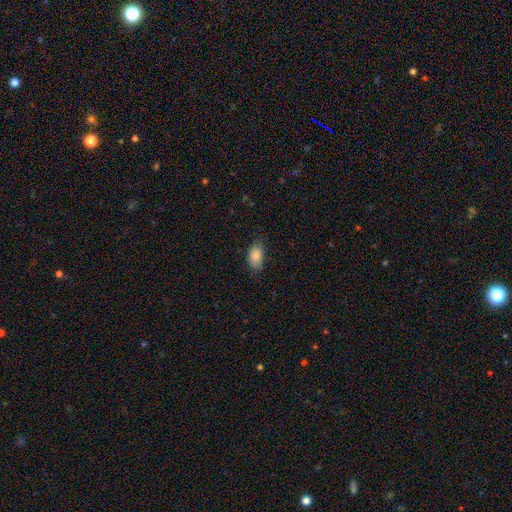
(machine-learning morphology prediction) This appears to be a smooth galaxy with no disk features (87%) that is in between round and cigar-shaped (93%). Merging: none (73%).